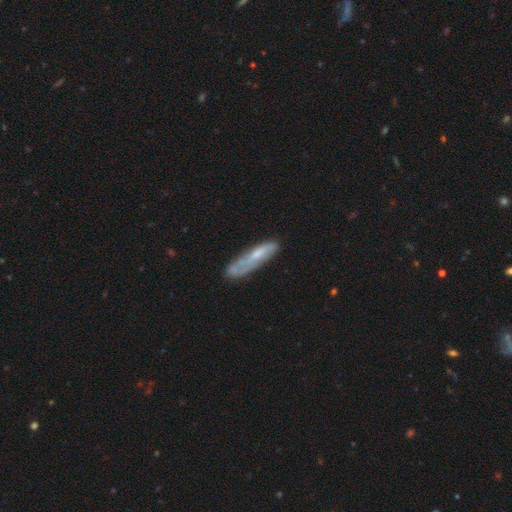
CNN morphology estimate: Smooth or featured? smooth (48%)
Merging? none (59%)